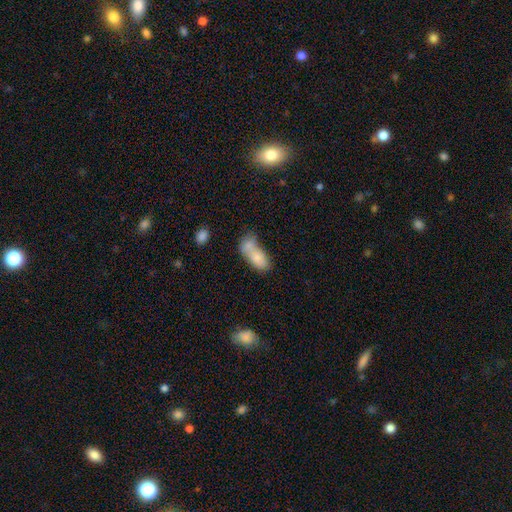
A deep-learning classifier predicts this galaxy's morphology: smooth 75%, featured or disk 17%, star or artifact 8%. Down the decision tree: how rounded — in between (86%); merging — merger (62%).